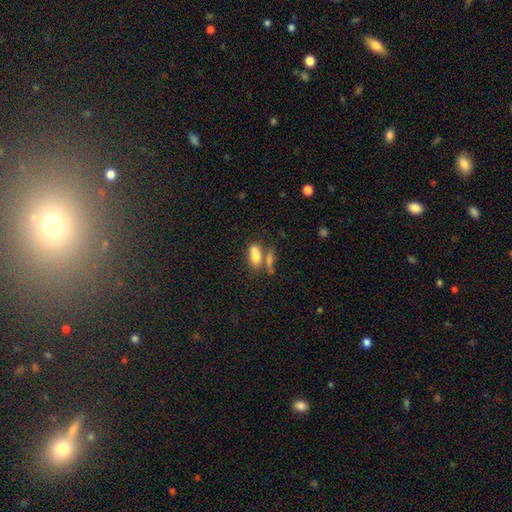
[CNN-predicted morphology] Smooth or featured? Predicted: smooth (p=0.73). How rounded? Predicted: in between (p=0.77). Merging? Predicted: merger (p=0.40).